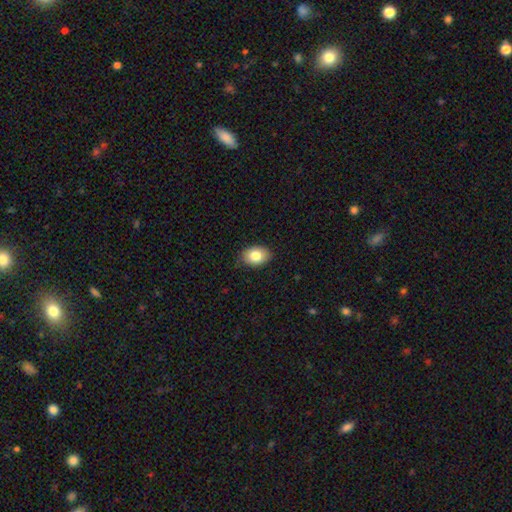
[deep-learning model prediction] Smooth or featured? Predicted: smooth (p=0.82). How rounded? Predicted: in between (p=0.75). Merging? Predicted: none (p=0.81).